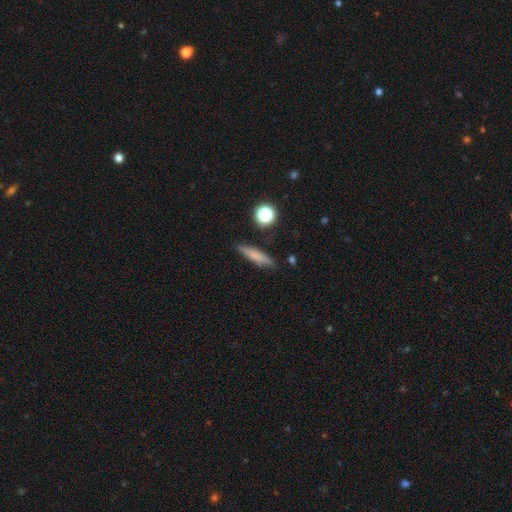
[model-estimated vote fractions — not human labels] Overall: smooth (70%). How rounded: cigar-shaped (82%). Merging: none (83%).